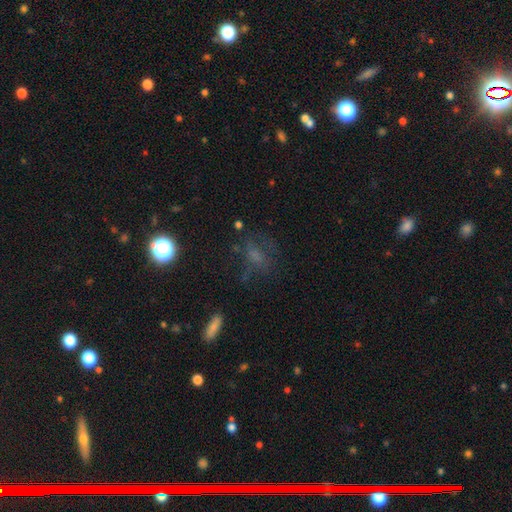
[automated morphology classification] smooth-or-featured: smooth: 40% | star or artifact: 32% | featured or disk: 28%
  merging: none: 61% | minor disturbance: 18% | major disturbance: 18% | merger: 3%